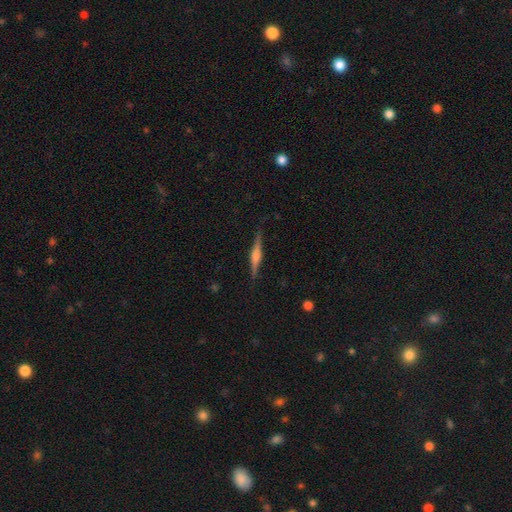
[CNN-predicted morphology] Smooth or featured?
  - featured or disk: 75% *
  - smooth: 19%
  - star or artifact: 6%
Edge-on disk?
  - yes: 98% *
  - no: 2%
Edge-on bulge?
  - rounded: 82% *
  - boxy: 13%
  - none: 5%
Merging?
  - none: 89% *
  - minor disturbance: 8%
  - major disturbance: 2%
  - merger: 1%